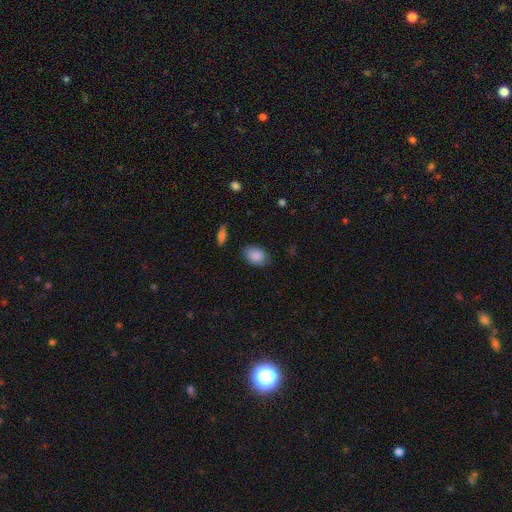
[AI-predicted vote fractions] Smooth or featured? smooth (87%)
How rounded? in between (82%)
Merging? none (78%)